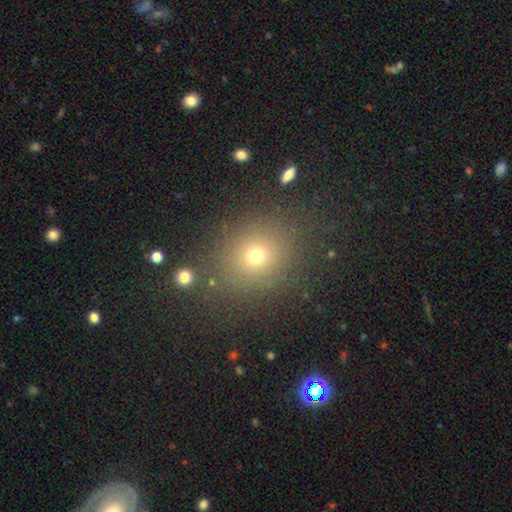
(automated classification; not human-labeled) Morphology: type=smooth (70%); roundness=round (70%); merging=none (83%).